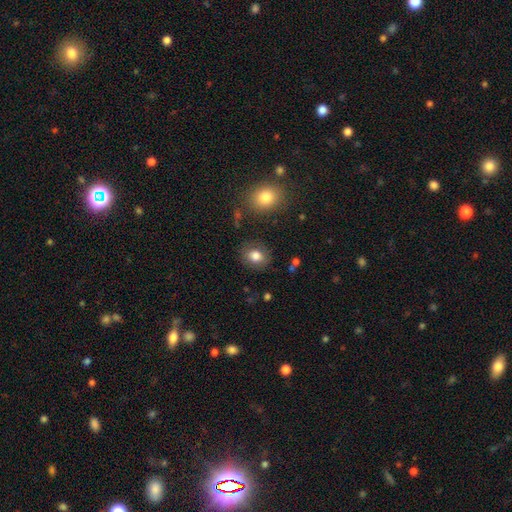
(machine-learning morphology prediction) Smooth or featured? smooth (81%)
How rounded? round (60%)
Merging? none (83%)